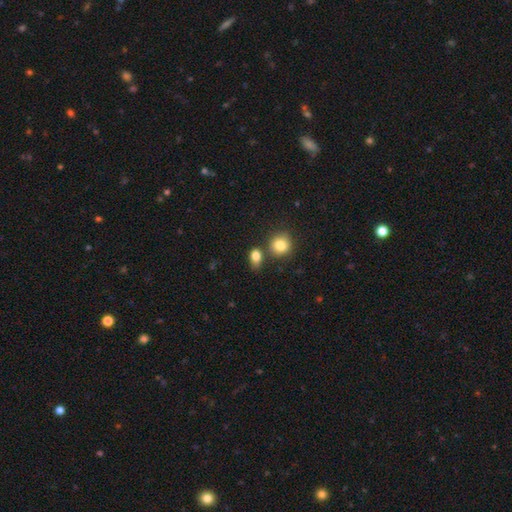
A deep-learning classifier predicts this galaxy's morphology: A smooth galaxy with no disk features (83%) that is in between round and cigar-shaped (64%). Merging: none (59%).